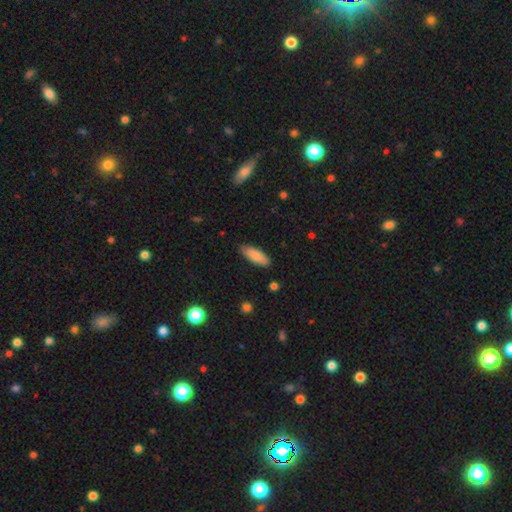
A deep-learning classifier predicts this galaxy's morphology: Smooth or featured?
  - smooth: 85% *
  - featured or disk: 9%
  - star or artifact: 6%
How rounded?
  - in between: 67% *
  - cigar-shaped: 31%
  - round: 2%
Merging?
  - none: 85% *
  - minor disturbance: 11%
  - major disturbance: 2%
  - merger: 1%